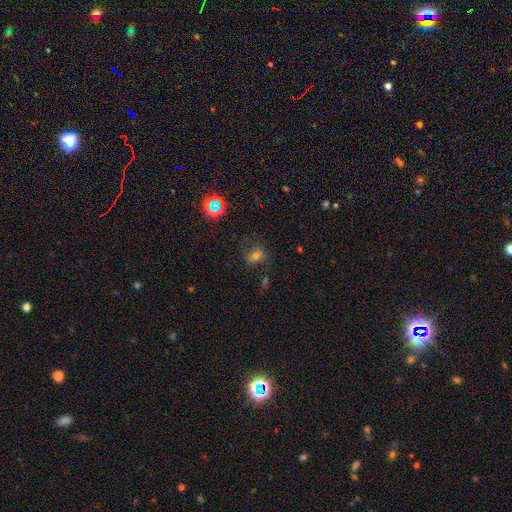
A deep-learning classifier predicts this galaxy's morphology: Smooth or featured: smooth — 41% (featured or disk — 31%)
Merging: none — 63% (minor disturbance — 20%)